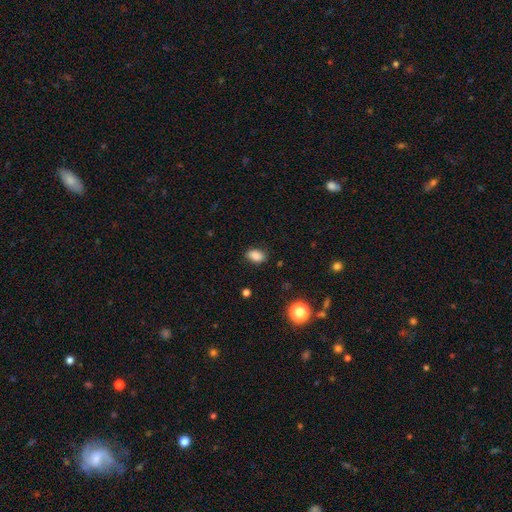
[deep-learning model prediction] Smooth or featured? smooth (85%)
How rounded? in between (83%)
Merging? none (84%)